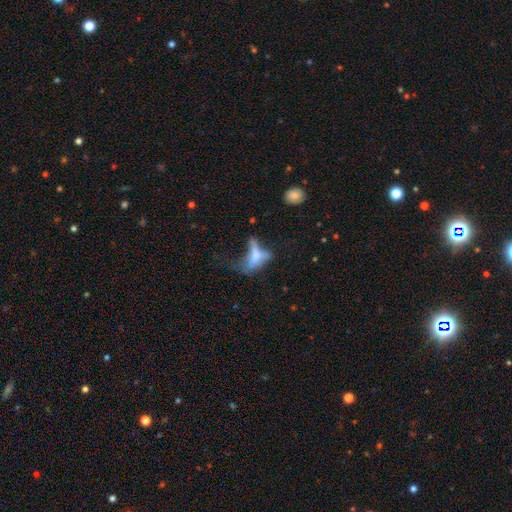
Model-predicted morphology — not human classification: A smooth galaxy with no disk features (46%). Merging: major disturbance (46%).